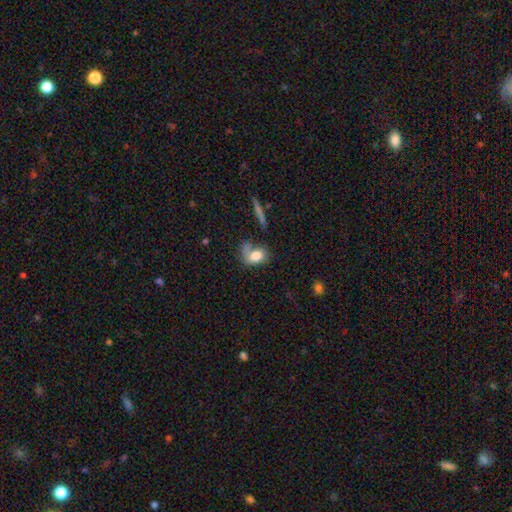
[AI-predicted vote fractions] This appears to be a smooth galaxy with no disk features (75%) that is in between round and cigar-shaped (69%). Merging: none (38%).